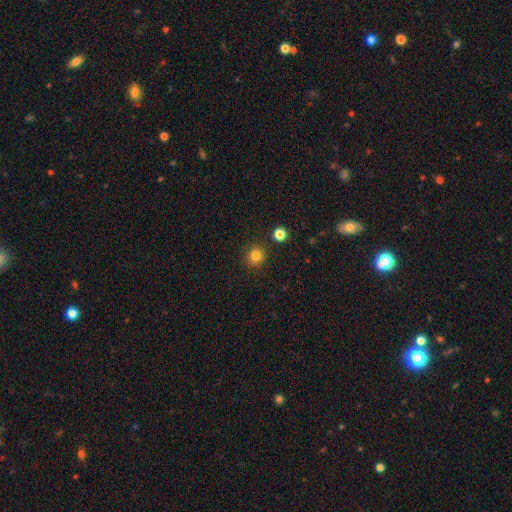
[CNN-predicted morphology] smooth-or-featured: smooth: 82% | star or artifact: 13% | featured or disk: 5%
  how-rounded: round: 89% | in between: 10% | cigar-shaped: 1%
  merging: none: 88% | minor disturbance: 7% | merger: 3% | major disturbance: 2%